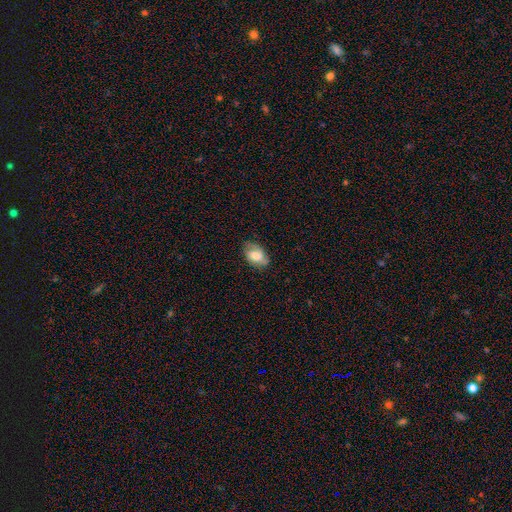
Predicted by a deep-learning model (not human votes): smooth_or_featured: smooth (p=0.58) [alt: featured or disk p=0.33]
how_rounded: in between (p=0.88) [alt: round p=0.10]
merging: none (p=0.68) [alt: minor disturbance p=0.24]